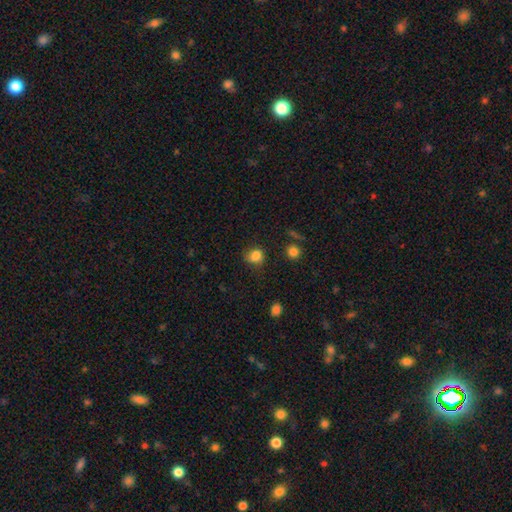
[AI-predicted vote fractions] A smooth galaxy with no disk features (82%) that is round (63%). Merging: none (62%).